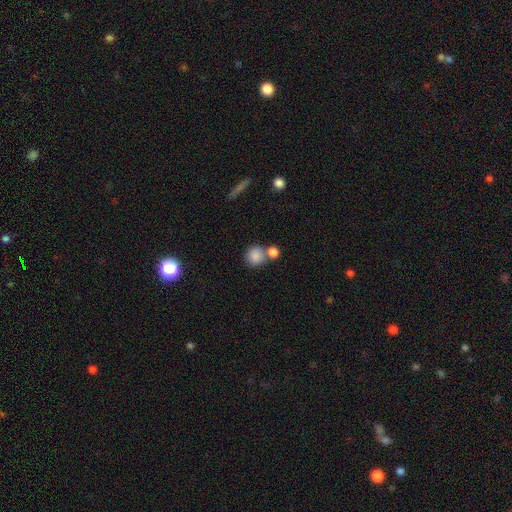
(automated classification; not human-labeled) Smooth or featured? Predicted: smooth (p=0.85). How rounded? Predicted: round (p=0.88). Merging? Predicted: none (p=0.54).